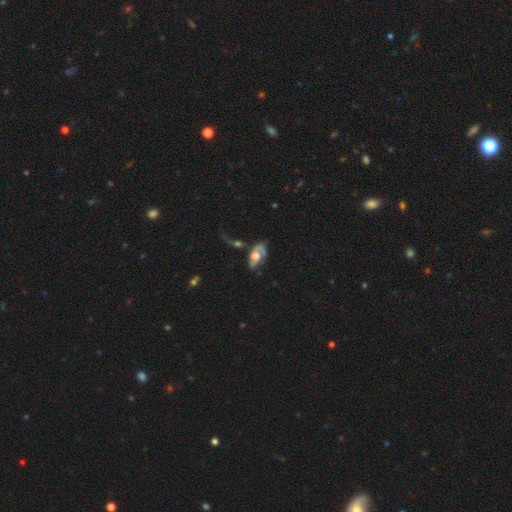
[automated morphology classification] Smooth or featured: featured or disk — 67% (smooth — 27%)
Edge-on disk: no — 93% (yes — 7%)
Bar: no — 73% (weak — 21%)
Spiral arms: yes — 73% (no — 27%)
Bulge size: large — 45% (moderate — 41%)
Merging: none — 39% (major disturbance — 24%)